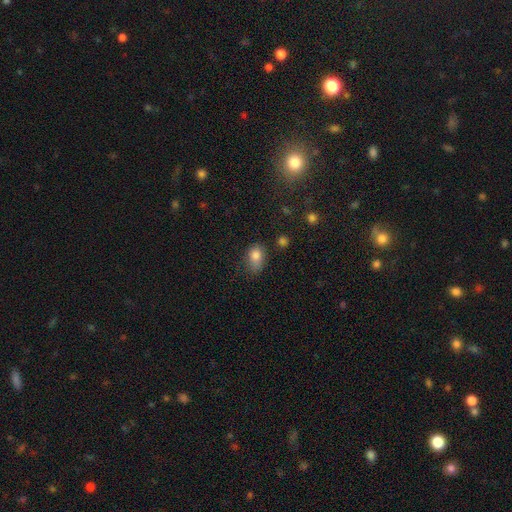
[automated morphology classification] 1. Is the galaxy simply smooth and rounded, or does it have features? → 82% smooth, 10% star or artifact, 8% featured or disk.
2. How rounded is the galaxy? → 74% in between, 25% round, 2% cigar-shaped.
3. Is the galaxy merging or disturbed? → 49% none, 35% minor disturbance, 11% major disturbance, 4% merger.